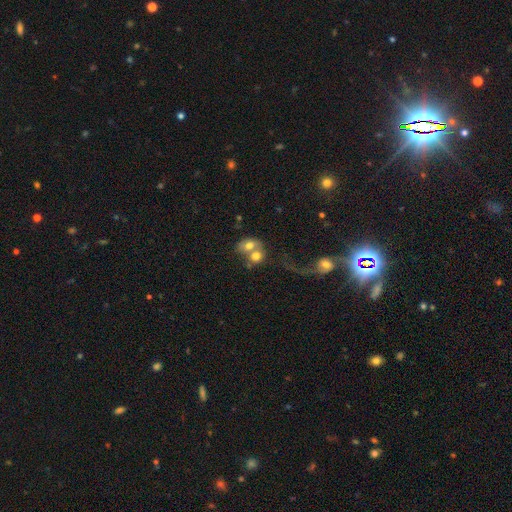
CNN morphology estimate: The model was most divided on "how rounded": round: 55%, in between: 43%, cigar-shaped: 1%. More confident: merging — merger (70%); smooth or featured — smooth (62%).